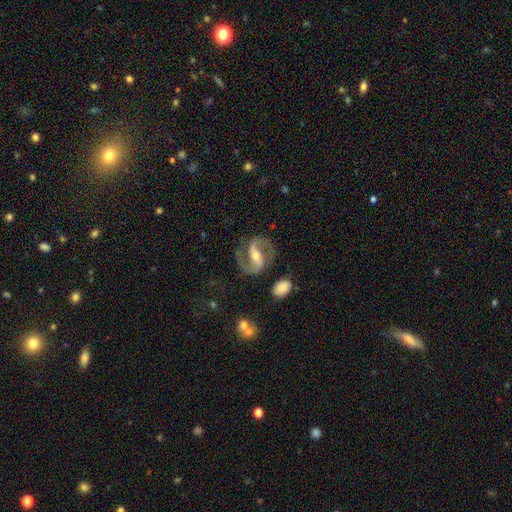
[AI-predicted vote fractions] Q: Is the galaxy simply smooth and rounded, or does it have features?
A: featured or disk — 92%.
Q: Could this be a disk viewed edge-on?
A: no — 97%.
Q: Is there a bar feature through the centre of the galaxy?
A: strong — 61%.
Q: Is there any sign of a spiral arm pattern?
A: yes — 97%.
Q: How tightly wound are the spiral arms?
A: medium — 61%.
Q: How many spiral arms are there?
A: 2 — 94%.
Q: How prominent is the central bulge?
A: moderate — 50%.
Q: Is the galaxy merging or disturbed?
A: none — 83%.